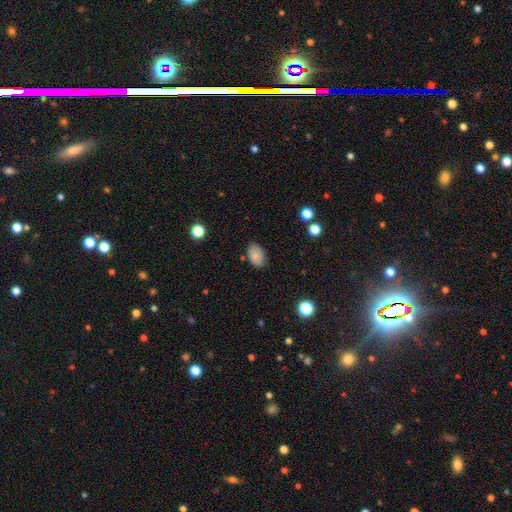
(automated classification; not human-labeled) A smooth galaxy with no disk features (82%) that is in between round and cigar-shaped (89%).

Vote fractions:
- Smooth or featured? smooth: 82% / featured or disk: 10% / star or artifact: 9%
- How rounded? in between: 89% / round: 9% / cigar-shaped: 1%
- Merging? none: 81% / minor disturbance: 14% / major disturbance: 3% / merger: 2%